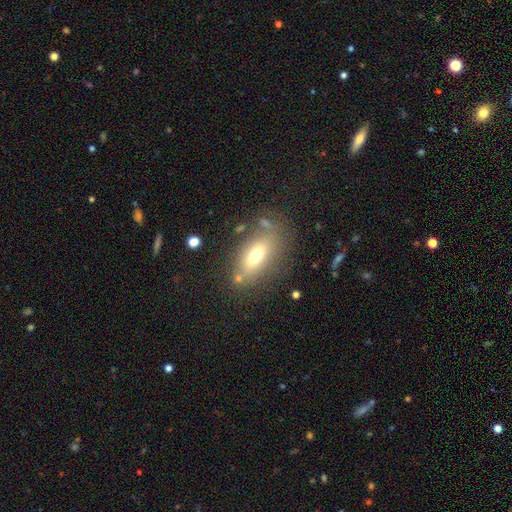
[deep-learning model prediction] Overall: smooth (64%; featured or disk 25%). How rounded: in between (82%). Merging: none (70%).